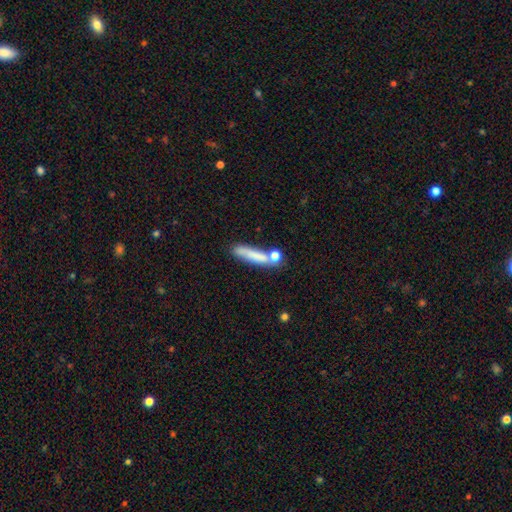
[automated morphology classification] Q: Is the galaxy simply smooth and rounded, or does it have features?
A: smooth — 73%.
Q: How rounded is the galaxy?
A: cigar-shaped — 80%.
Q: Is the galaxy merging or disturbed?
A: none — 58%.